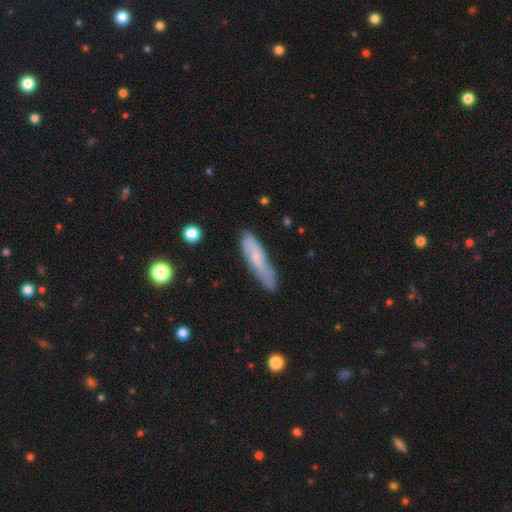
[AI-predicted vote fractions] A smooth galaxy with no disk features (61%) that is cigar-shaped (79%). Merging: none (72%).